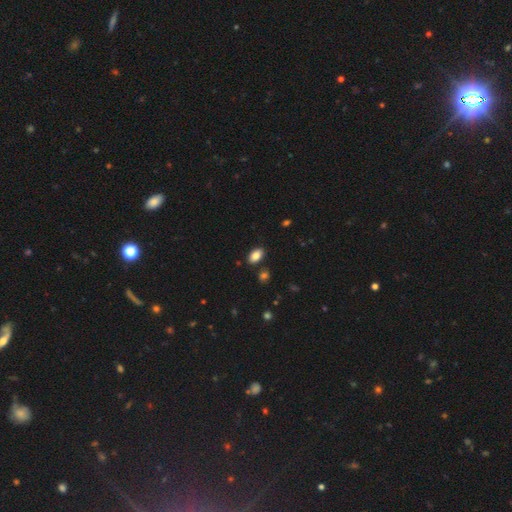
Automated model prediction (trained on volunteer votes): Smooth or featured? smooth (86%)
How rounded? in between (92%)
Merging? none (85%)